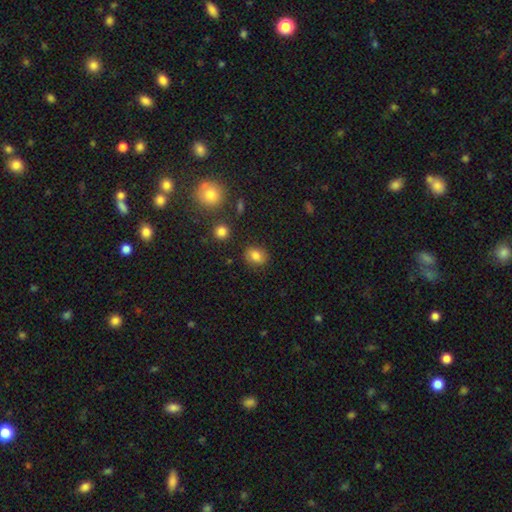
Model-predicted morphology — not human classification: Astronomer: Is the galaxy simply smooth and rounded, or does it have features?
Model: smooth — 81%.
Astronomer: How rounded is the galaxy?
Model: round — 53% (runner-up: in between, 46%).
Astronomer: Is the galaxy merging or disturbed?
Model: none — 84%.